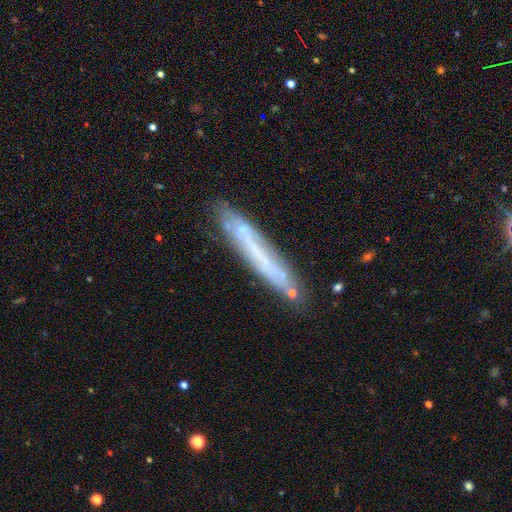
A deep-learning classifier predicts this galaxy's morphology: The model was most divided on "smooth or featured": featured or disk: 55%, smooth: 37%, star or artifact: 9%. More confident: merging — none (76%); edge-on disk — yes (73%).